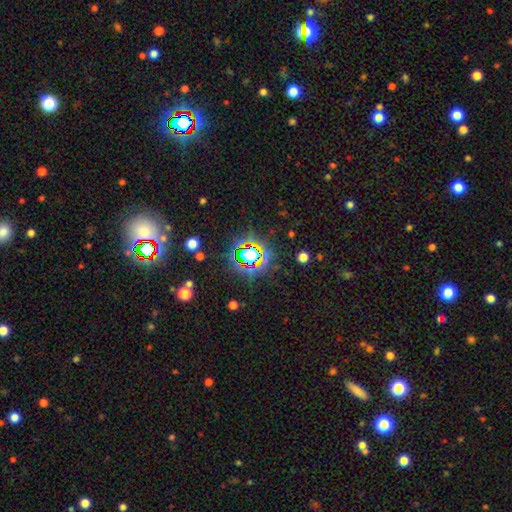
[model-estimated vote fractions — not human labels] Overall: star or artifact (68%).